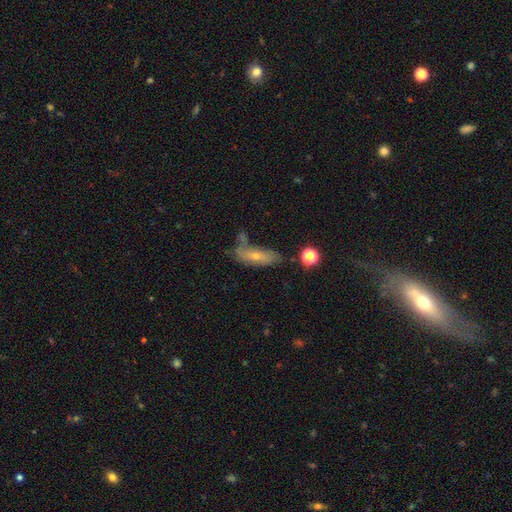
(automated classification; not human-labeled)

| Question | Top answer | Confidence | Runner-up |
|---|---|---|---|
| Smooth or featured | smooth | 48% | featured or disk (40%) |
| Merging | none | 49% | minor disturbance (25%) |